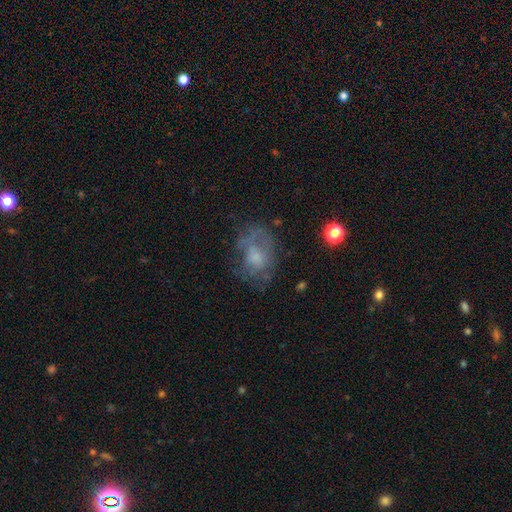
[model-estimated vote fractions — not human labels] Morphology: type=featured or disk (45%); merging=none (51%).